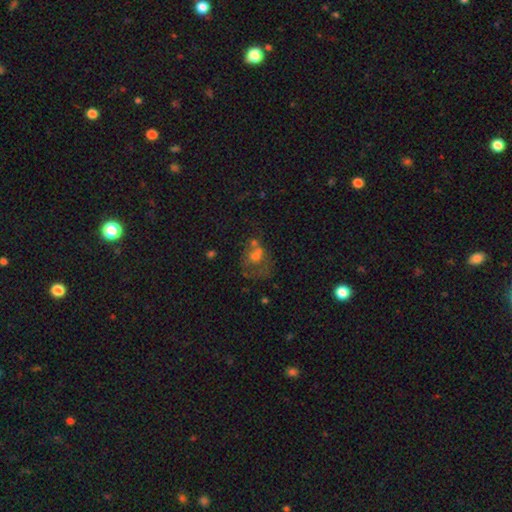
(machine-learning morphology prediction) Smooth or featured?
  - smooth: 46% *
  - featured or disk: 38%
  - star or artifact: 16%
Merging?
  - merger: 35% *
  - none: 26%
  - major disturbance: 24%
  - minor disturbance: 15%